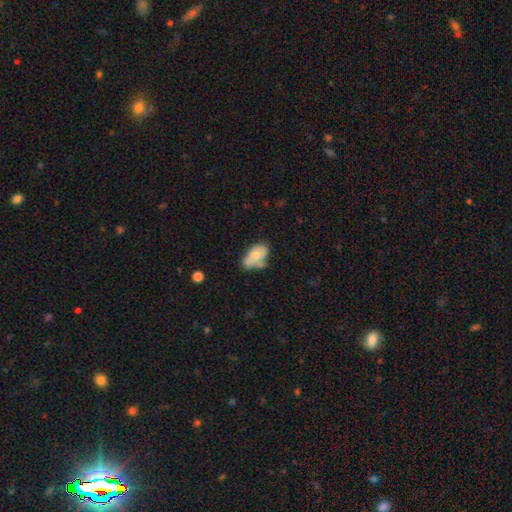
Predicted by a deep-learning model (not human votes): smooth-or-featured: smooth: 66% | featured or disk: 27% | star or artifact: 7%
  how-rounded: in between: 92% | round: 6% | cigar-shaped: 3%
  merging: none: 36% | minor disturbance: 31% | merger: 19% | major disturbance: 14%